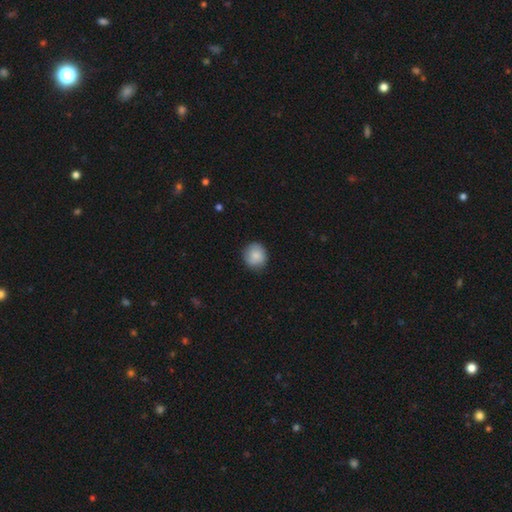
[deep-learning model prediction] This appears to be a smooth galaxy with no disk features (87%) that is round (87%). Merging: none (84%).